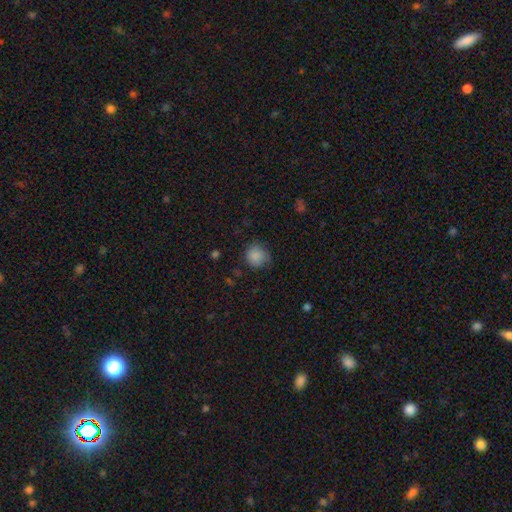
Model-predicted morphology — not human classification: Overall: smooth (85%). How rounded: round (86%). Merging: none (72%).